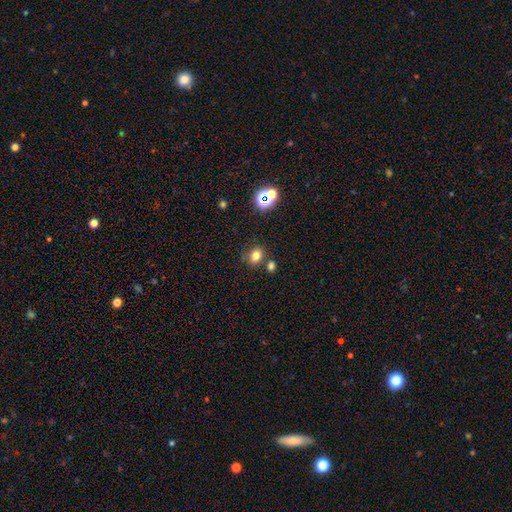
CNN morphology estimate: smooth_or_featured: smooth (p=0.75) [alt: star or artifact p=0.17]
how_rounded: in between (p=0.53) [alt: round p=0.46]
merging: none (p=0.69) [alt: merger p=0.15]